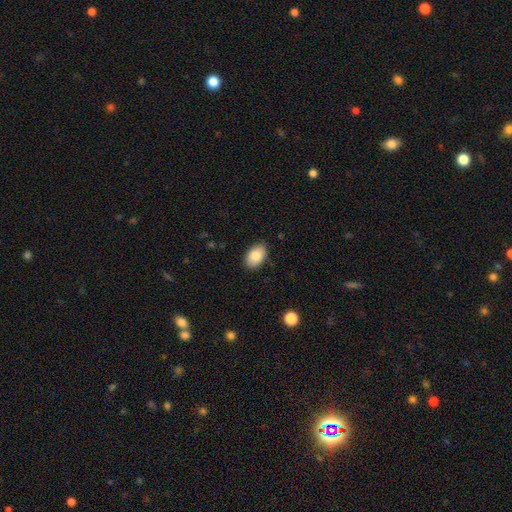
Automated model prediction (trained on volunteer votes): Smooth or featured?
  - smooth: 86% *
  - featured or disk: 7%
  - star or artifact: 7%
How rounded?
  - in between: 90% *
  - round: 9%
  - cigar-shaped: 1%
Merging?
  - none: 87% *
  - minor disturbance: 10%
  - major disturbance: 2%
  - merger: 1%